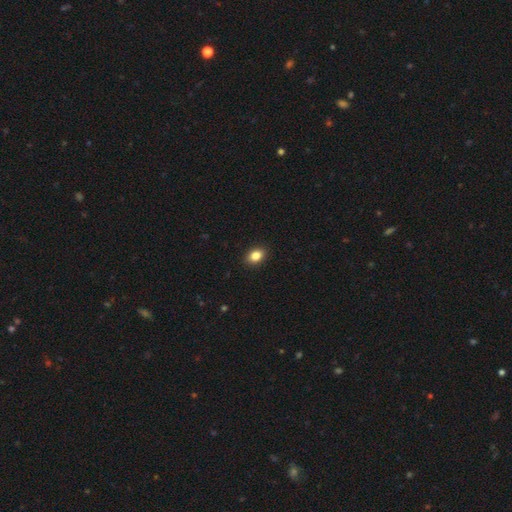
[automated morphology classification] Overall: smooth (85%). How rounded: in between (75%). Merging: none (90%).